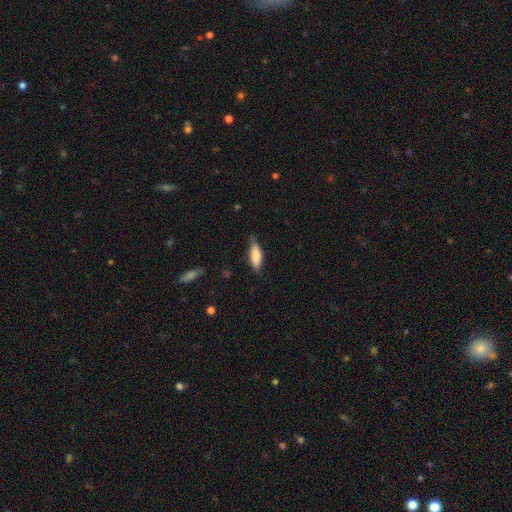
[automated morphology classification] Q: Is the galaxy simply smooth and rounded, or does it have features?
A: smooth — 79%.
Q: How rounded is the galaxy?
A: in between — 63%.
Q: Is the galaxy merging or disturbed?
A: none — 71%.